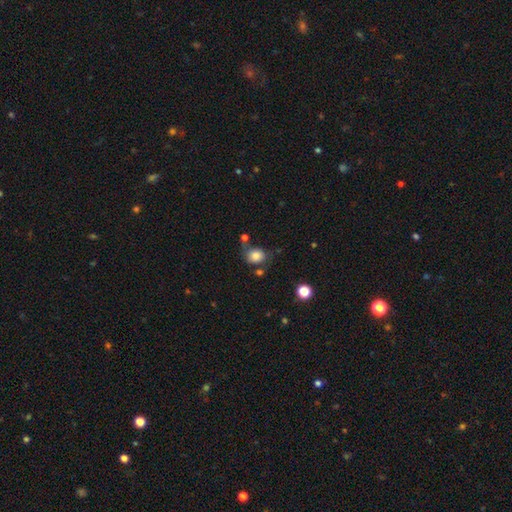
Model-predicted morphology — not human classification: Smooth or featured? smooth (80%)
How rounded? round (61%)
Merging? none (53%)